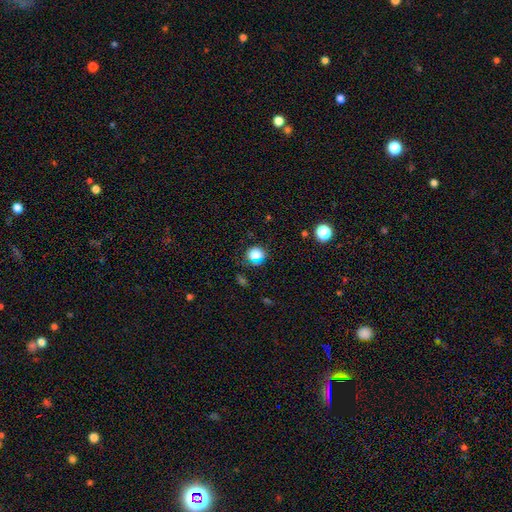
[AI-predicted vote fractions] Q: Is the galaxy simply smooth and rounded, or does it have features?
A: smooth — 76%.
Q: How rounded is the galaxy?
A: round — 78%.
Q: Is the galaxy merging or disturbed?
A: none — 74%.